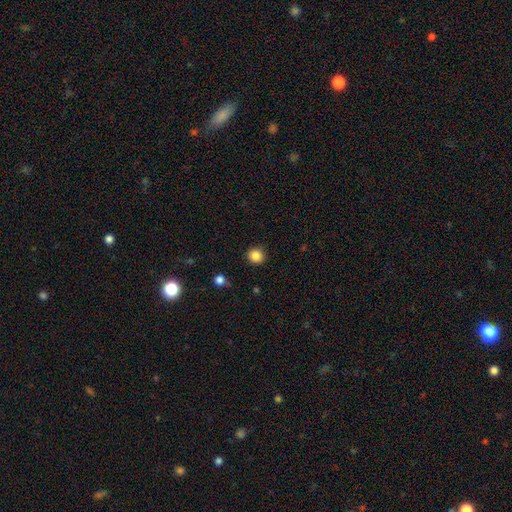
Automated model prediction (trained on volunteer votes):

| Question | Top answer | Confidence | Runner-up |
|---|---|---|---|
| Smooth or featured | smooth | 84% | star or artifact (11%) |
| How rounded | round | 88% | in between (11%) |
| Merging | none | 90% | minor disturbance (7%) |